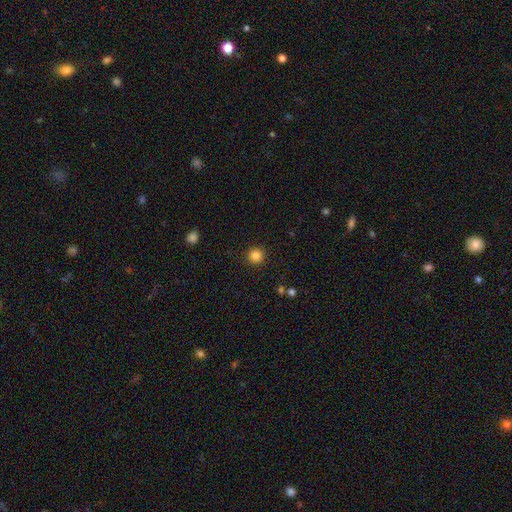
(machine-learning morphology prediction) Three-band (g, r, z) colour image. It shows a smooth galaxy with no disk features (85%) that is round (94%). Merging: none (91%).